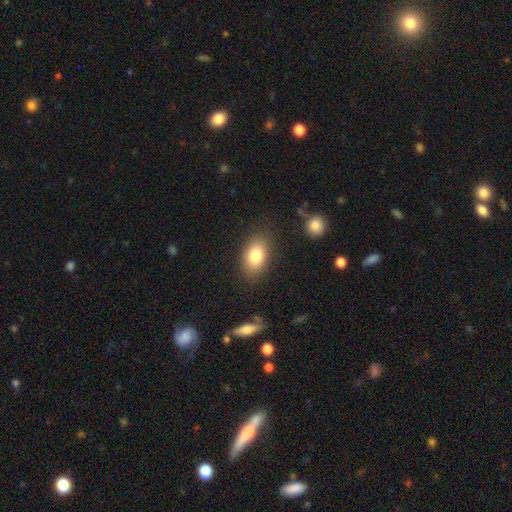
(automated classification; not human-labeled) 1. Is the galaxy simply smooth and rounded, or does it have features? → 81% smooth, 11% featured or disk, 8% star or artifact.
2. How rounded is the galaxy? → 88% in between, 10% round, 2% cigar-shaped.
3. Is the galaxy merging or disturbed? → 83% none, 12% minor disturbance, 3% major disturbance, 2% merger.